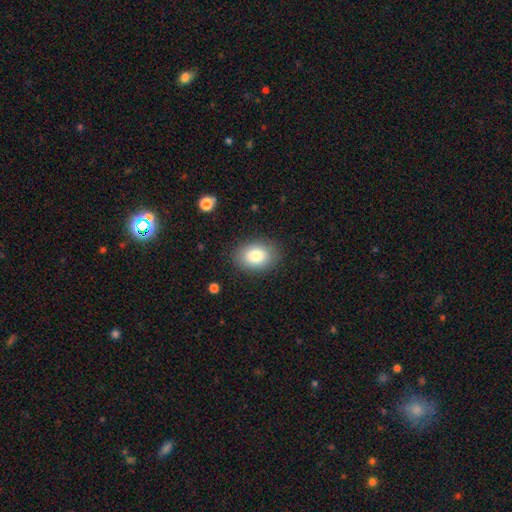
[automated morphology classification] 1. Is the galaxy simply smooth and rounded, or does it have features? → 83% smooth, 9% featured or disk, 8% star or artifact.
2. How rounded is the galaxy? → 72% in between, 27% round, 1% cigar-shaped.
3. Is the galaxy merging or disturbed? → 85% none, 10% minor disturbance, 3% major disturbance, 1% merger.